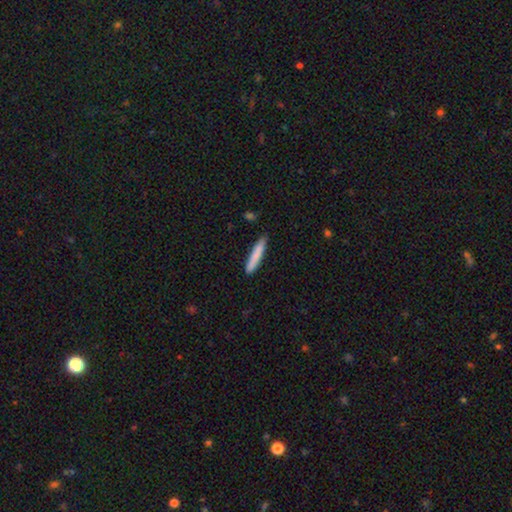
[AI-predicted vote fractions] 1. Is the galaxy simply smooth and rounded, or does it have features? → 82% smooth, 13% featured or disk, 6% star or artifact.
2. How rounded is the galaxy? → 93% cigar-shaped, 6% in between, 1% round.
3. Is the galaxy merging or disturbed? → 87% none, 10% minor disturbance, 2% major disturbance, 1% merger.